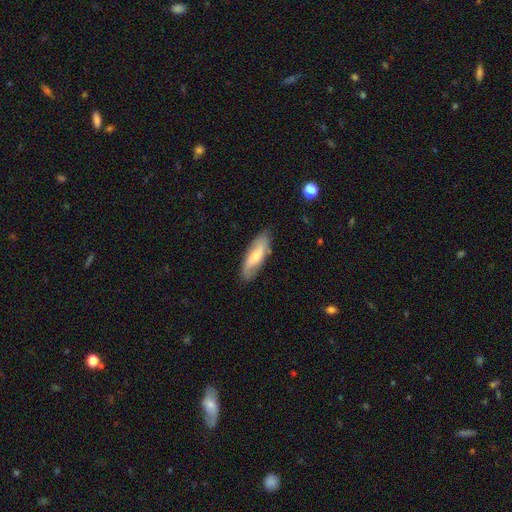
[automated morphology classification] The model was most divided on "smooth or featured": smooth: 54%, featured or disk: 40%, star or artifact: 6%. More confident: merging — none (78%); how rounded — in between (56%).